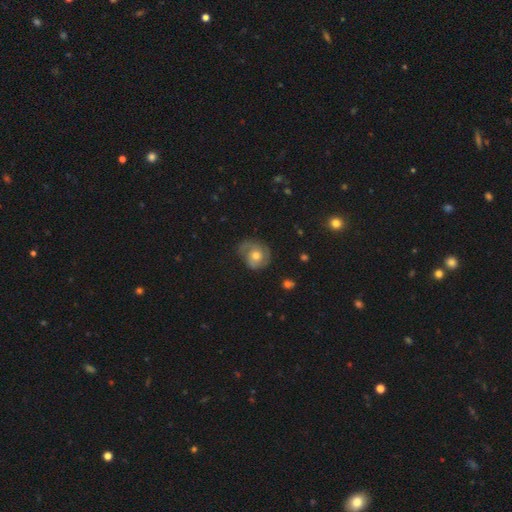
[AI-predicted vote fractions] Smooth or featured? Predicted: featured or disk (p=0.61). Edge-on disk? Predicted: no (p=0.97). Bar? Predicted: no (p=0.78). Spiral arms? Predicted: yes (p=0.87). Spiral winding? Predicted: tight (p=0.45). Spiral arm count? Predicted: 2 (p=0.56). Bulge size? Predicted: moderate (p=0.71). Merging? Predicted: none (p=0.62).